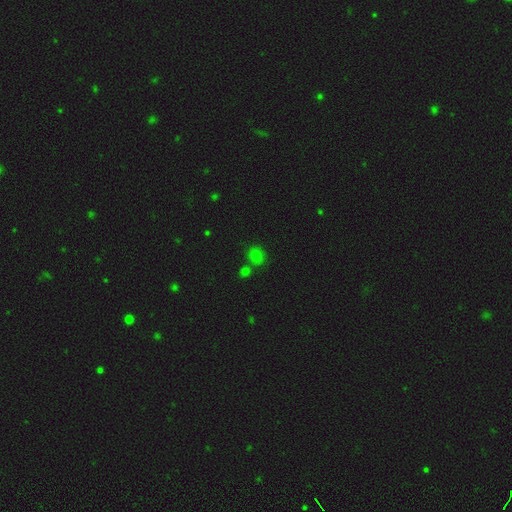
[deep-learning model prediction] Smooth or featured? smooth (71%)
How rounded? round (82%)
Merging? none (71%)